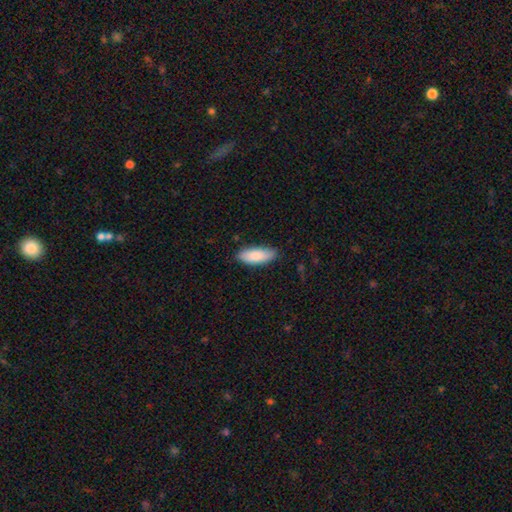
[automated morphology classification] Smooth or featured? smooth (88%)
How rounded? in between (75%)
Merging? none (83%)